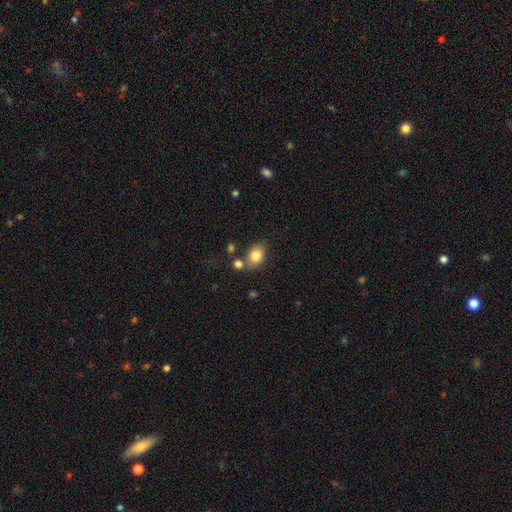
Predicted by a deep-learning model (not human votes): Overall: smooth (83%). How rounded: in between (64%; round 35%). Merging: none (68%).